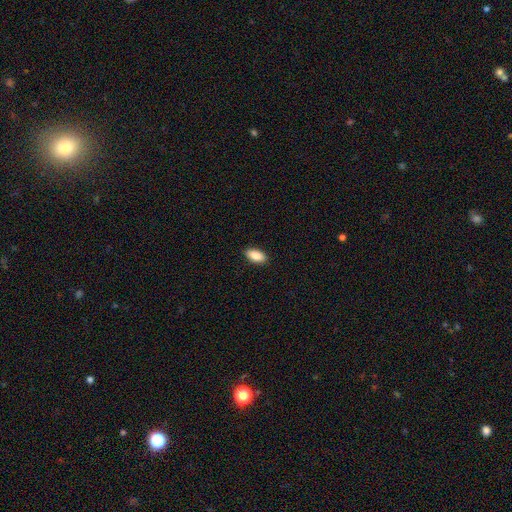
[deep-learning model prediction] Smooth or featured? Predicted: smooth (p=0.89). How rounded? Predicted: in between (p=0.93). Merging? Predicted: none (p=0.89).